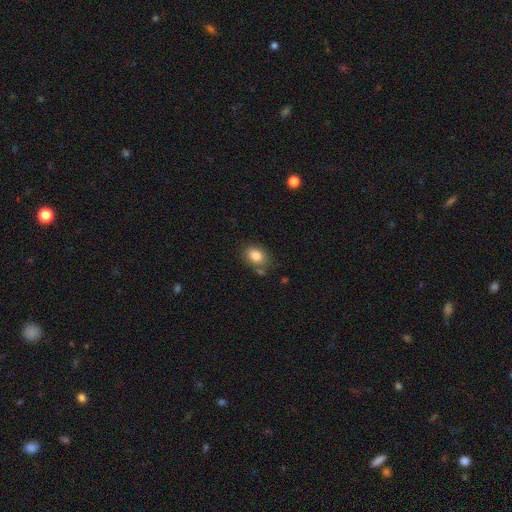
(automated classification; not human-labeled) Q: Smooth or featured?
A: smooth (85%); runner-up: star or artifact (9%)
Q: How rounded?
A: in between (68%); runner-up: round (31%)
Q: Merging?
A: none (66%); runner-up: minor disturbance (19%)